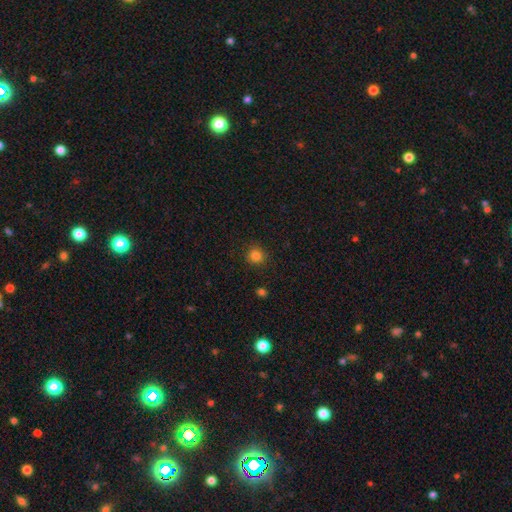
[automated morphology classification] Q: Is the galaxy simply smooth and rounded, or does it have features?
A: smooth — 83%.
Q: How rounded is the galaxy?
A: round — 89%.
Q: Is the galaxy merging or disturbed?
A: none — 88%.